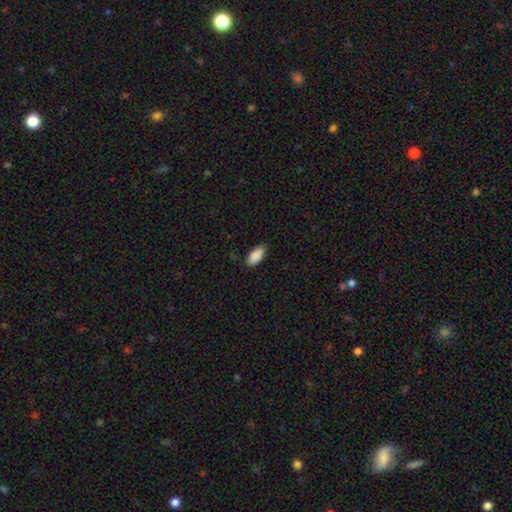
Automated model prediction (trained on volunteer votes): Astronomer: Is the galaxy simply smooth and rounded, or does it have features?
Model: smooth — 90%.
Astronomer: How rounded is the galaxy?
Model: in between — 93%.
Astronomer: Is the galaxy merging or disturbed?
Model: none — 83%.